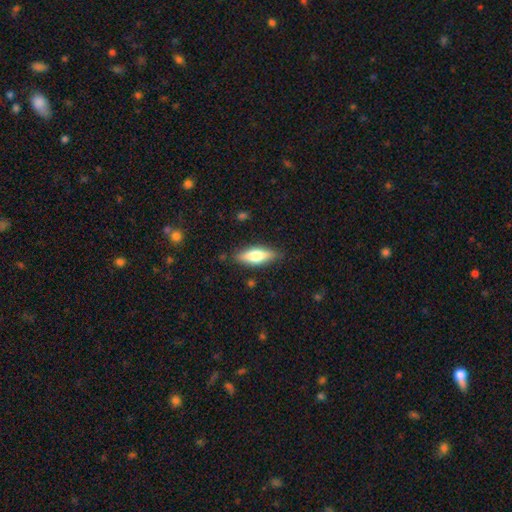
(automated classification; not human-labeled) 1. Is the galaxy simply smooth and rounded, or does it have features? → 58% smooth, 36% featured or disk, 6% star or artifact.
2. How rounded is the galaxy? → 55% in between, 42% cigar-shaped, 2% round.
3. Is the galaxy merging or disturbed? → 84% none, 12% minor disturbance, 3% major disturbance, 1% merger.